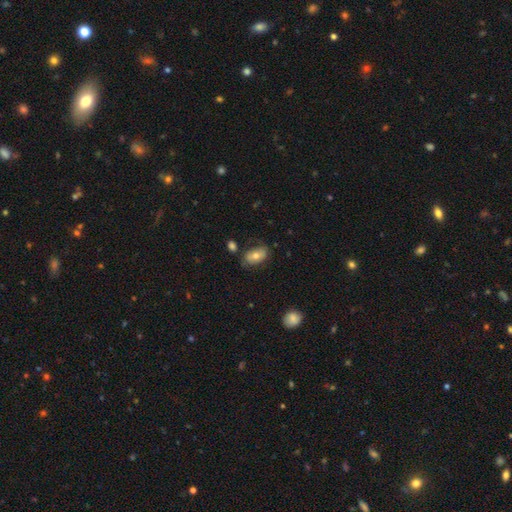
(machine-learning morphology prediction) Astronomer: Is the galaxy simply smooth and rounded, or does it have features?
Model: smooth — 64%.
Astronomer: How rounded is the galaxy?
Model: in between — 90%.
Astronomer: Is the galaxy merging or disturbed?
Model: none — 65%.